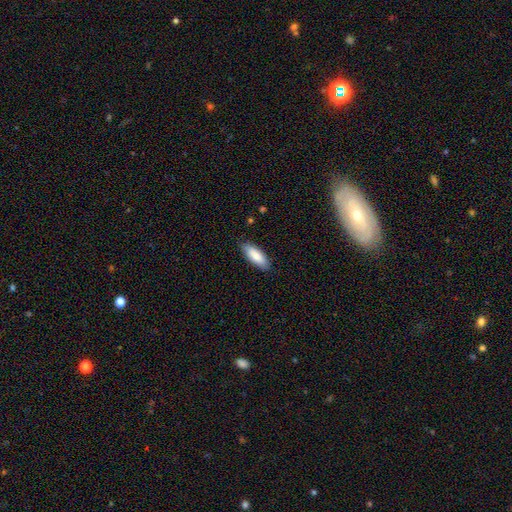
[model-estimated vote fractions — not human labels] Smooth or featured?
  - smooth: 84% *
  - featured or disk: 10%
  - star or artifact: 5%
How rounded?
  - in between: 71% *
  - cigar-shaped: 27%
  - round: 2%
Merging?
  - none: 85% *
  - minor disturbance: 12%
  - major disturbance: 2%
  - merger: 1%